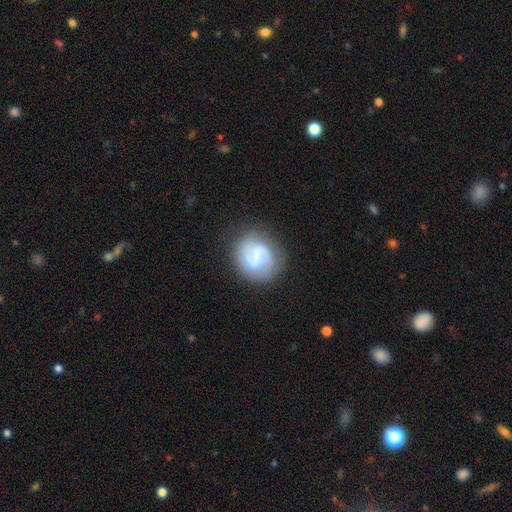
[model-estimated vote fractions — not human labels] A featured or disk galaxy (58%) with a weak bar (48%), spiral arms (79%) and no central bulge (44%). Merging: none (73%).